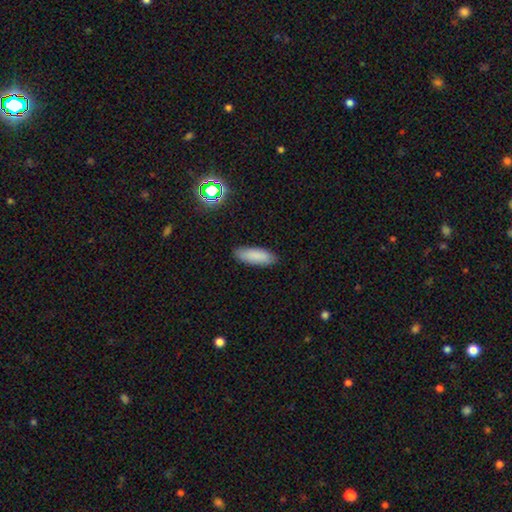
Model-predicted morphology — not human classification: Smooth or featured? smooth (86%)
How rounded? in between (62%)
Merging? none (88%)